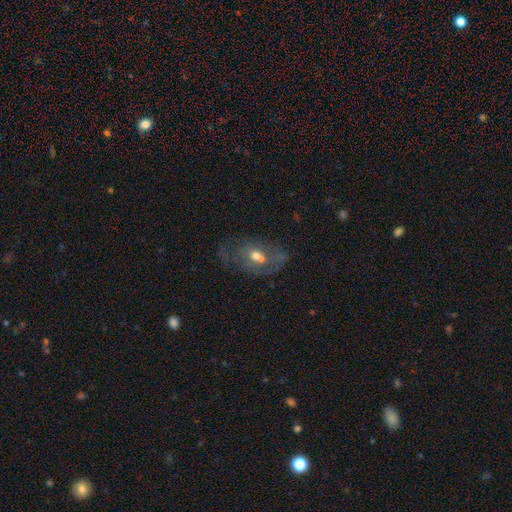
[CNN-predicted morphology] type=featured or disk (48%); merging=merger (34%, tied with none).